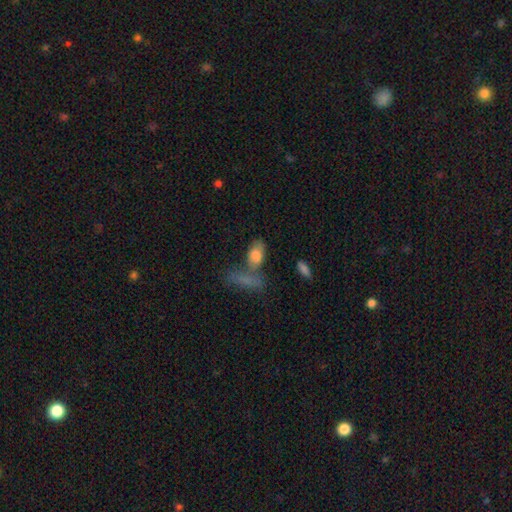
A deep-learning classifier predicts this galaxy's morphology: Smooth or featured? Predicted: smooth (p=0.76). How rounded? Predicted: in between (p=0.86). Merging? Predicted: none (p=0.37).